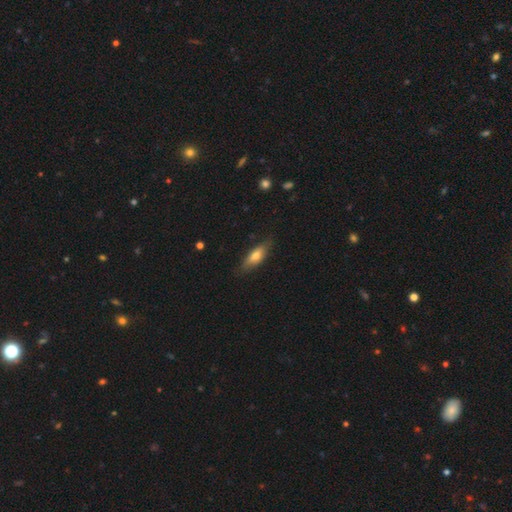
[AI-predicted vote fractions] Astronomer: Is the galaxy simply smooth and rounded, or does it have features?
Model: smooth — 60%.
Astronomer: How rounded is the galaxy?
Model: in between — 55% (runner-up: cigar-shaped, 42%).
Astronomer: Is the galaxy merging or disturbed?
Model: none — 79%.